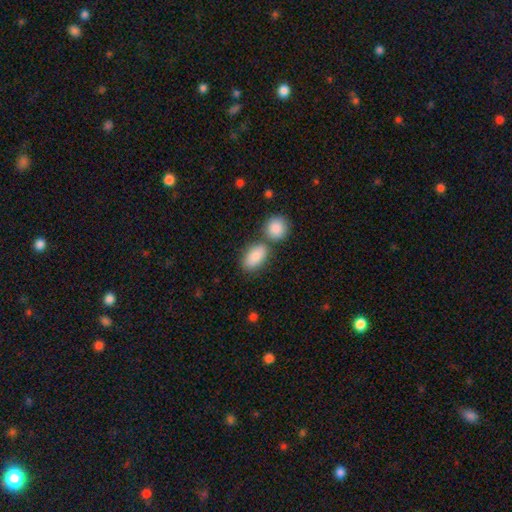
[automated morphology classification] A smooth galaxy with no disk features (85%) that is in between round and cigar-shaped (89%). Merging: none (58%).